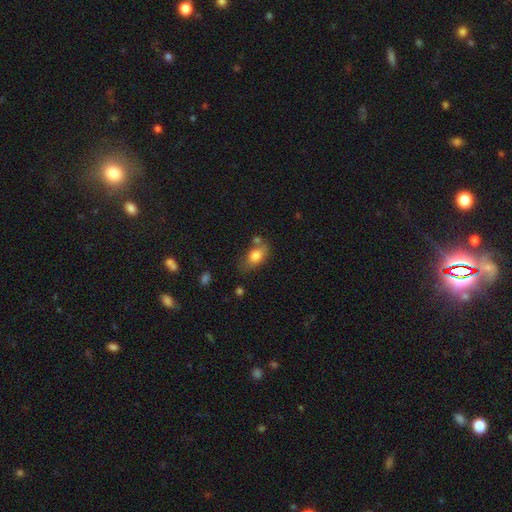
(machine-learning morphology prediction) This appears to be a smooth galaxy with no disk features (77%) that is in between round and cigar-shaped (84%). Merging: none (58%).